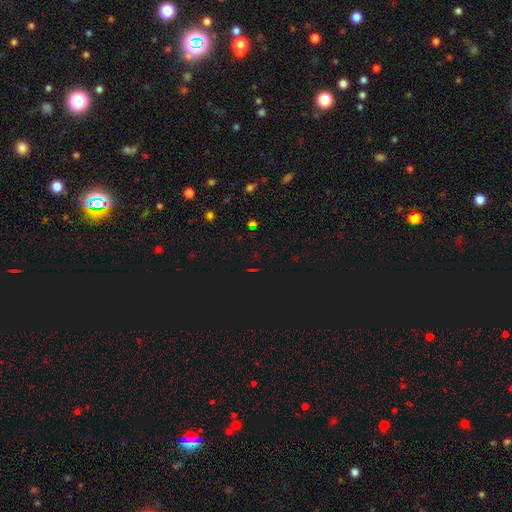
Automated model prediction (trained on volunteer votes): A star or artifact, not a galaxy (75%).

Vote fractions:
- Smooth or featured? star or artifact: 75% / smooth: 17% / featured or disk: 8%